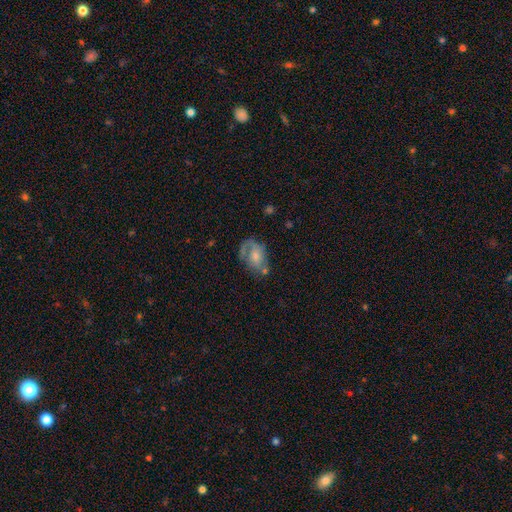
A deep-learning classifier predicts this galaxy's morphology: This is possibly a featured or disk galaxy (57%). It is clearly not viewed edge-on (96%). Bar: likely no (65%). Spiral arm pattern: likely yes (69%). Central bulge: marginally small (44%). Merging: marginally none (44%).